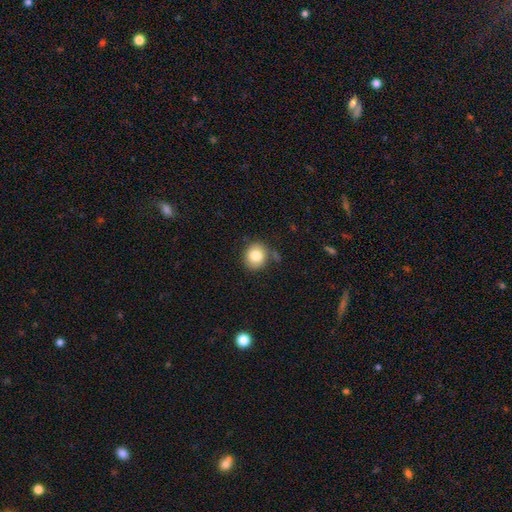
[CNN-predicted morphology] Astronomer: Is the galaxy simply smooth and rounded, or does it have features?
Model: smooth — 82%.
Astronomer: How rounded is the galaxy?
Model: round — 79%.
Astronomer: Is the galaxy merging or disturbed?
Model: none — 76%.